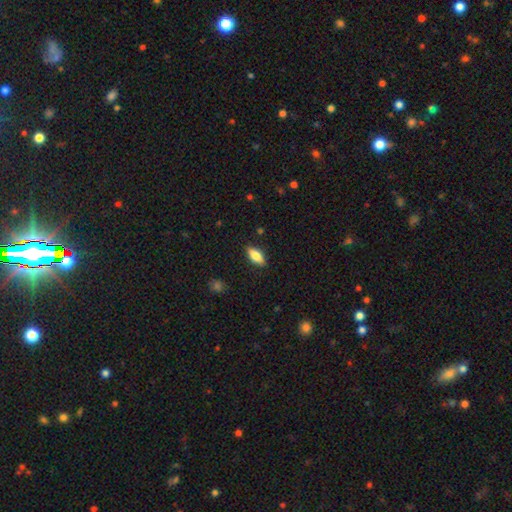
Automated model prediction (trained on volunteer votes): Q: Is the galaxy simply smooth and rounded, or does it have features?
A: smooth — 76%.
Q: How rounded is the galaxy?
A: in between — 79%.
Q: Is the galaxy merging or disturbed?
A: none — 88%.